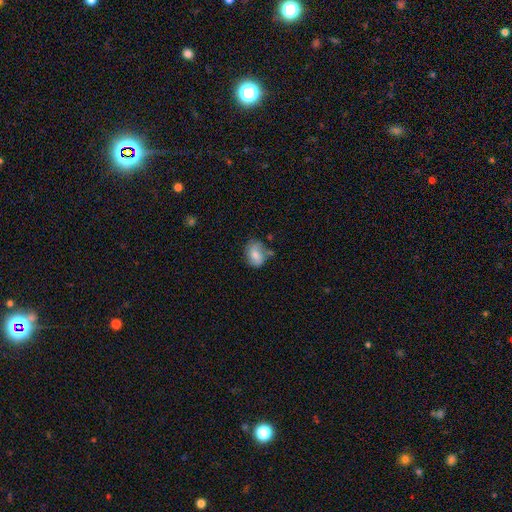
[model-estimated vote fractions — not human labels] Smooth or featured: smooth — 69% (featured or disk — 22%)
How rounded: in between — 67% (round — 32%)
Merging: none — 53% (minor disturbance — 28%)